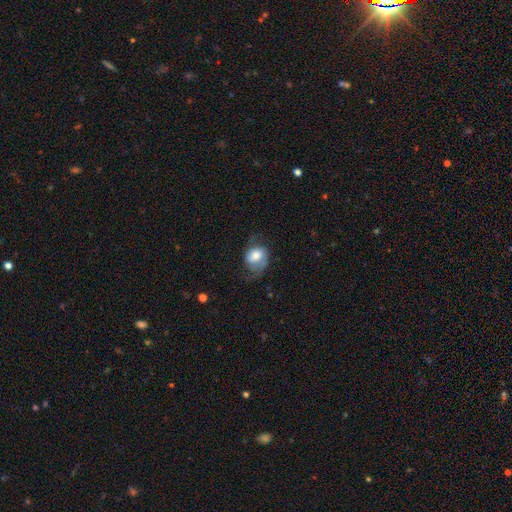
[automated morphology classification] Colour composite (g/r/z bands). It shows a featured or disk galaxy (51%). Merging: none (49%).